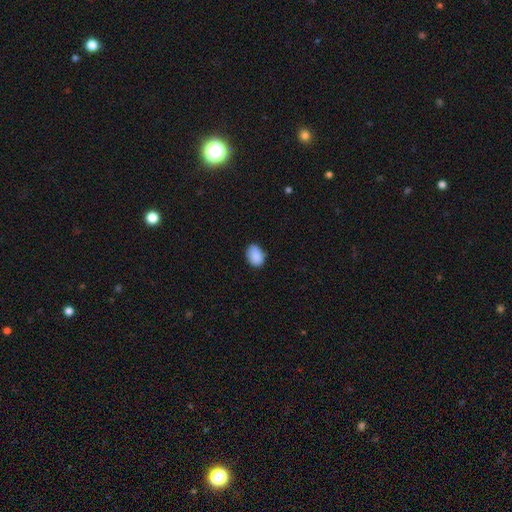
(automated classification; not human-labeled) Smooth or featured? smooth (89%)
How rounded? in between (78%)
Merging? none (79%)